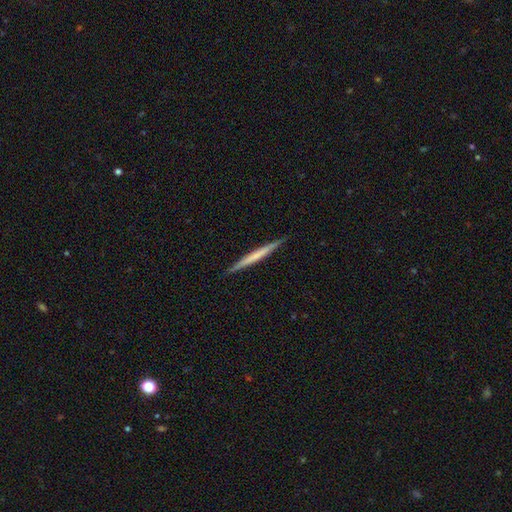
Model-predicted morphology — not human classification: Overall: smooth (50%; featured or disk 45%). How rounded: cigar-shaped (97%). Merging: none (91%).